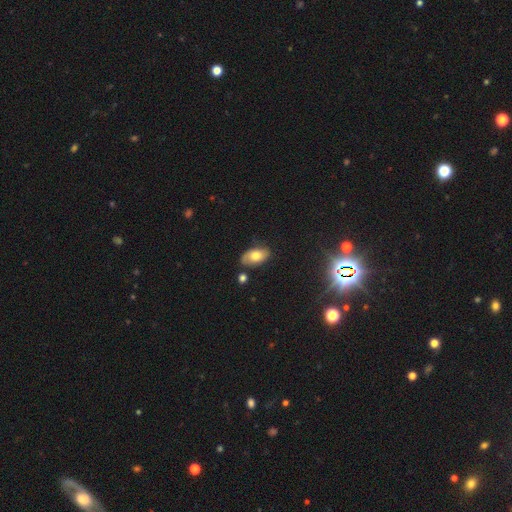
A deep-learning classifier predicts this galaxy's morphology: type=smooth (63%); roundness=in between (93%); merging=none (72%).